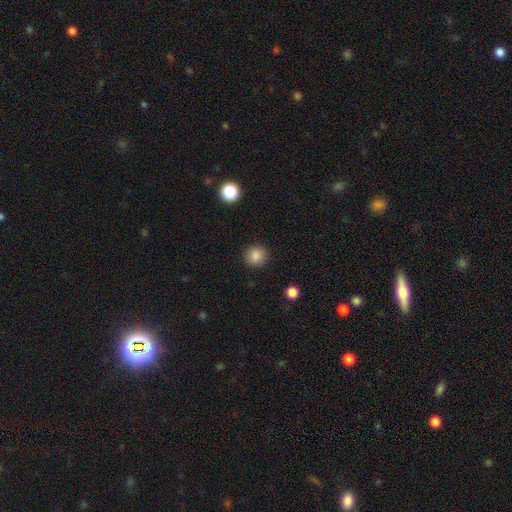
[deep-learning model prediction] smooth_or_featured: smooth (p=0.85) [alt: star or artifact p=0.10]
how_rounded: round (p=0.92) [alt: in between p=0.07]
merging: none (p=0.90) [alt: minor disturbance p=0.06]